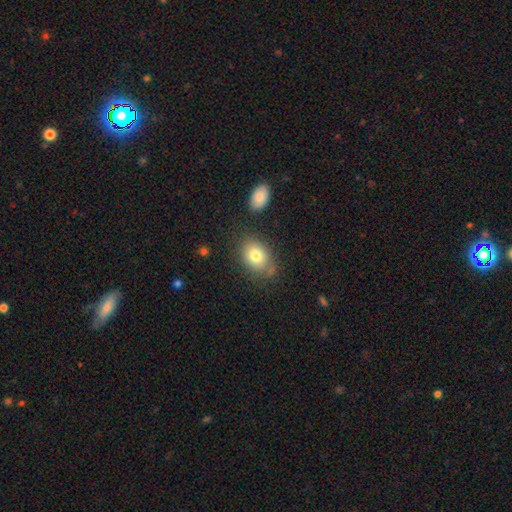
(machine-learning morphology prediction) smooth 80%, featured or disk 11%, star or artifact 9%. Down the decision tree: how rounded — in between (65%); merging — none (73%).